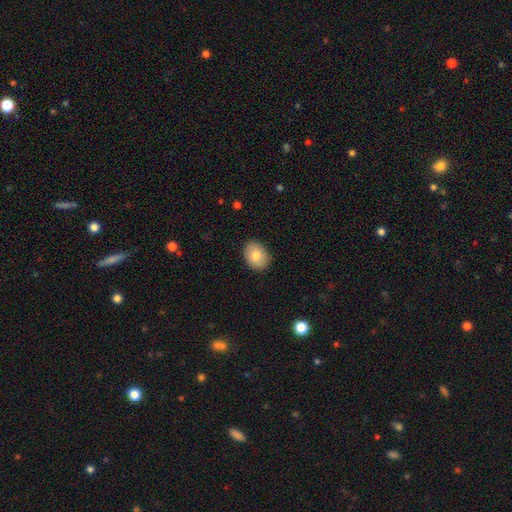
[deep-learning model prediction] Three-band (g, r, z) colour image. It shows a smooth galaxy with no disk features (80%) that is in between round and cigar-shaped (65%). Merging: none (88%).